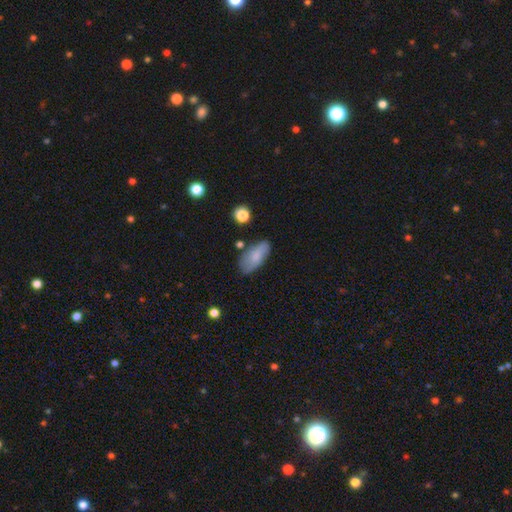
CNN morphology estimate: Q: Smooth or featured?
A: smooth (76%); runner-up: featured or disk (17%)
Q: How rounded?
A: in between (89%); runner-up: cigar-shaped (8%)
Q: Merging?
A: none (72%); runner-up: minor disturbance (20%)